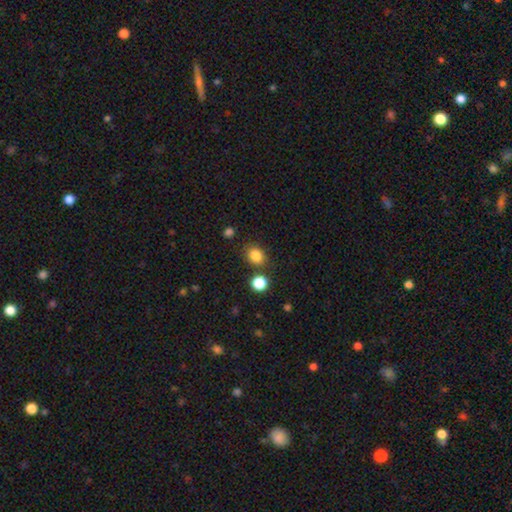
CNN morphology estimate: smooth_or_featured: smooth (p=0.84) [alt: star or artifact p=0.11]
how_rounded: round (p=0.51) [alt: in between p=0.48]
merging: none (p=0.79) [alt: minor disturbance p=0.10]